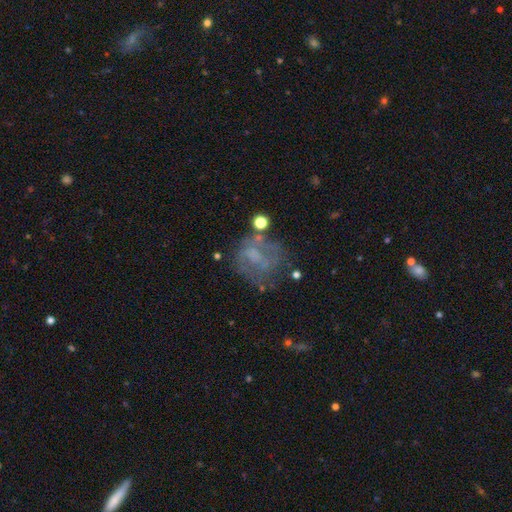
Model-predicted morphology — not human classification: featured or disk 52%, smooth 31%, star or artifact 17%. Down the decision tree: edge-on disk — no (97%); bar — no (63%); spiral arms — no (65%); bulge size — none (56%); merging — none (45%).